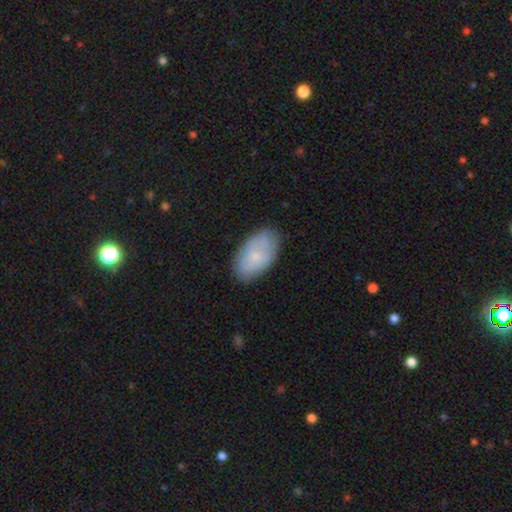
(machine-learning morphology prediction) type=smooth (69%); roundness=in between (94%); merging=none (78%).